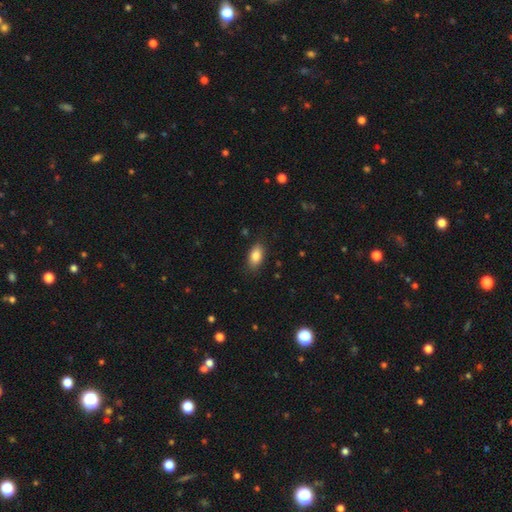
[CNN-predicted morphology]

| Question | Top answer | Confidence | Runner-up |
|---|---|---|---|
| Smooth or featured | smooth | 84% | star or artifact (8%) |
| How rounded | in between | 90% | round (6%) |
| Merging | none | 84% | minor disturbance (12%) |